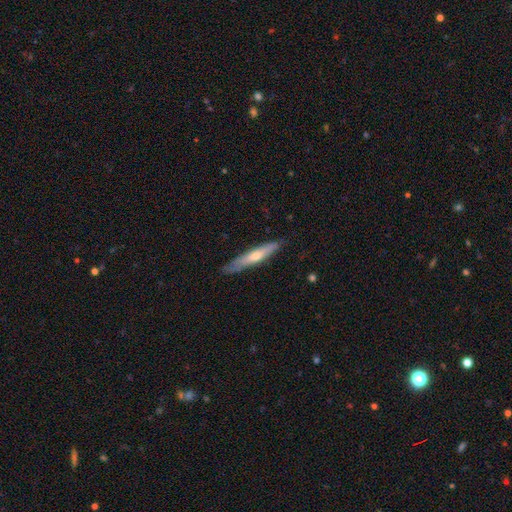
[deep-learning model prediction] Morphology: type=featured or disk (48%); merging=none (81%).